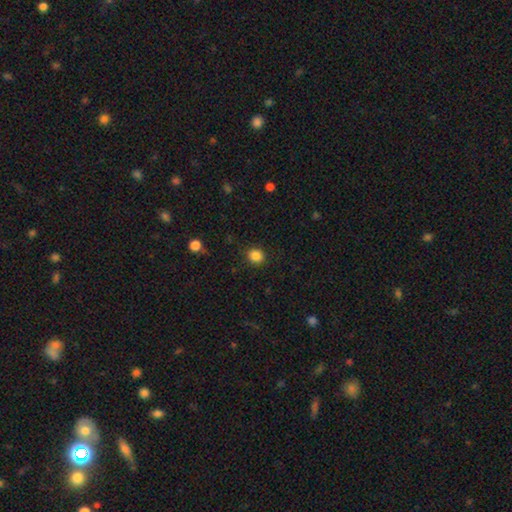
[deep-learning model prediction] This is clearly a smooth galaxy (85%). How rounded: clearly round (83%). Merging: clearly none (89%).